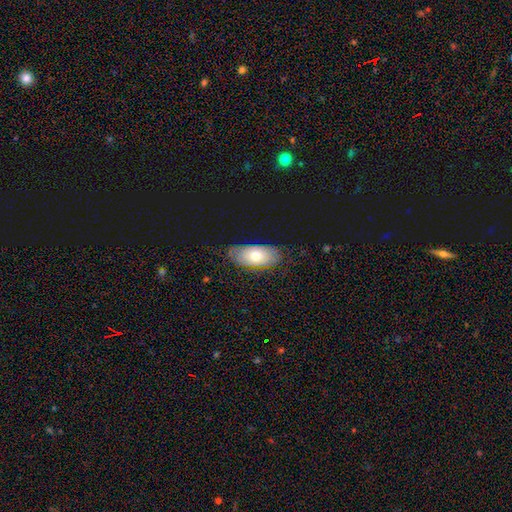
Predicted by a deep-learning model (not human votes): This is possibly a smooth galaxy (58%). How rounded: clearly in between (91%). Merging: likely none (74%).